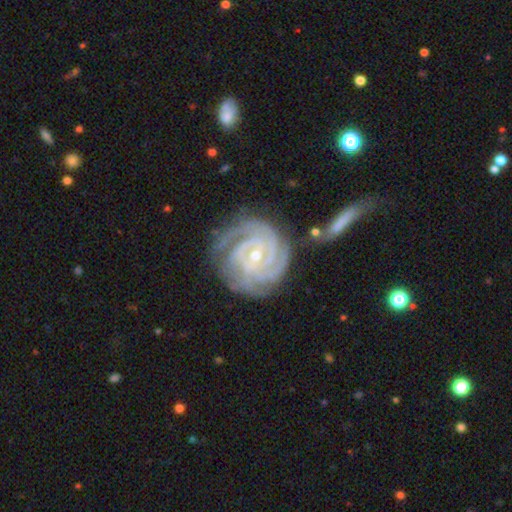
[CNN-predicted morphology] type=featured or disk (92%); edge-on=no (98%); bar=no (48%); spiral arms=yes (98%); winding=tight (82%); arm count=3 (32%); bulge=small (68%); merging=none (68%).